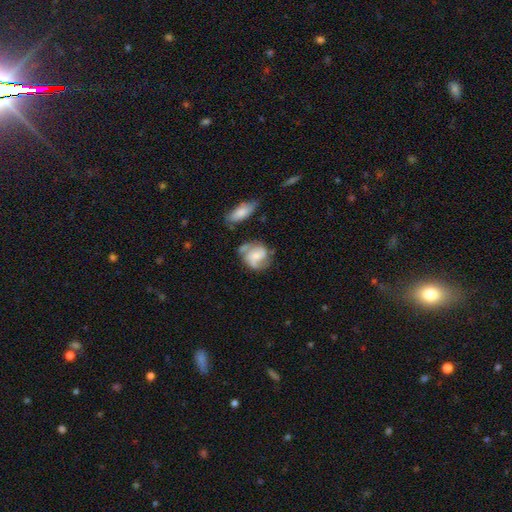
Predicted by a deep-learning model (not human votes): This appears to be a featured or disk galaxy (66%) with no bar (64%), 2 (69%) medium (46%) spiral arms (89%) and a small central bulge (50%). Merging: none (53%).